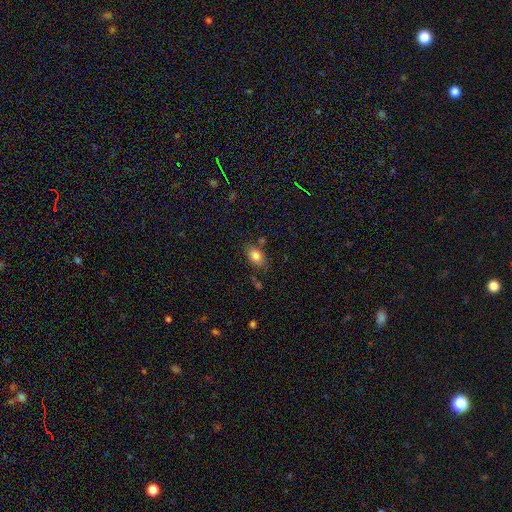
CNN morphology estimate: This is clearly a smooth galaxy (82%). How rounded: clearly in between (84%). Merging: likely none (73%).